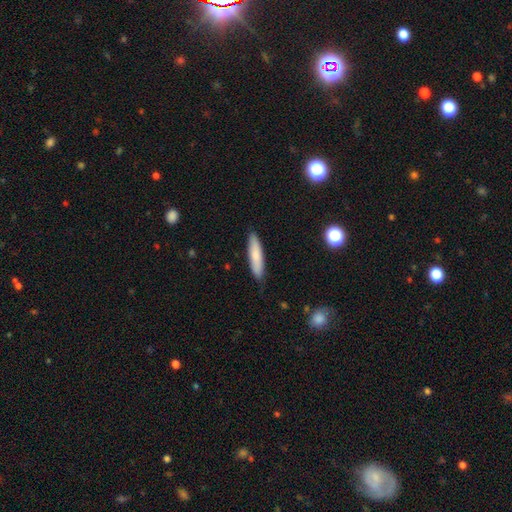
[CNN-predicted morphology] Smooth or featured? smooth (78%)
How rounded? cigar-shaped (79%)
Merging? none (86%)